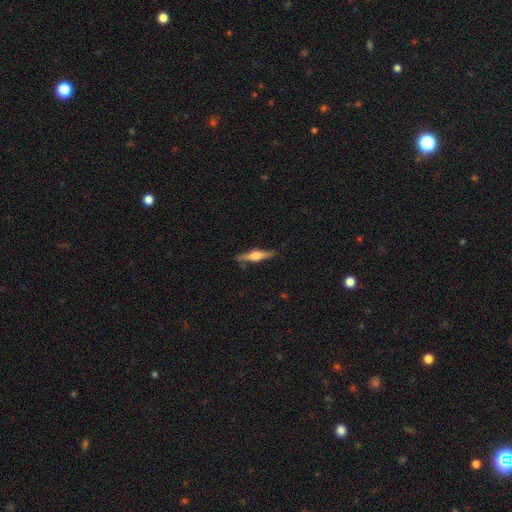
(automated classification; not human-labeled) featured or disk 70%, smooth 25%, star or artifact 6%. Down the decision tree: edge-on disk — yes (97%); edge-on bulge — rounded (88%); merging — none (86%).